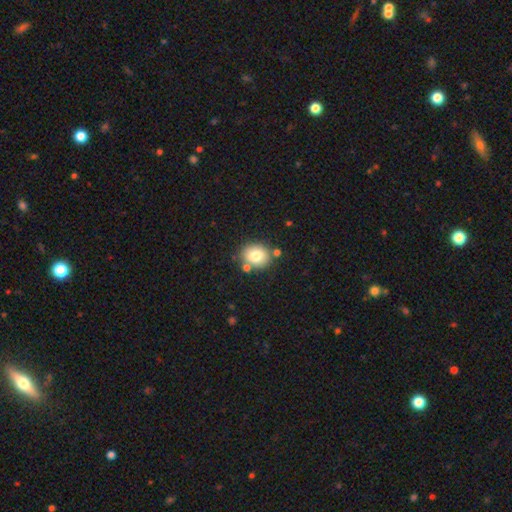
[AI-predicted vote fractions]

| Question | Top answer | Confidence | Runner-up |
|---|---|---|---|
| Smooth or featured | smooth | 79% | featured or disk (12%) |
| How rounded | round | 68% | in between (31%) |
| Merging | none | 76% | minor disturbance (11%) |